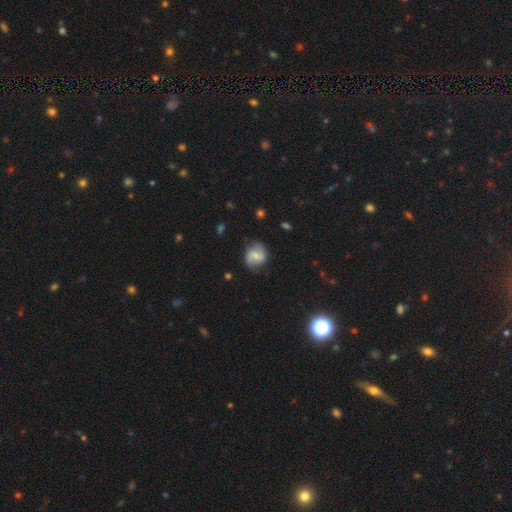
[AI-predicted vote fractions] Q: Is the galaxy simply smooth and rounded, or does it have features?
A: featured or disk — 68%.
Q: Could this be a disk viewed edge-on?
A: no — 98%.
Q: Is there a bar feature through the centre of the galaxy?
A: weak — 51%.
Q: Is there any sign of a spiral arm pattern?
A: yes — 92%.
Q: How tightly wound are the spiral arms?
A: loose — 42%.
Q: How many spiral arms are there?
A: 2 — 89%.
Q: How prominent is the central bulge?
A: small — 48%.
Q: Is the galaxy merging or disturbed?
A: none — 78%.